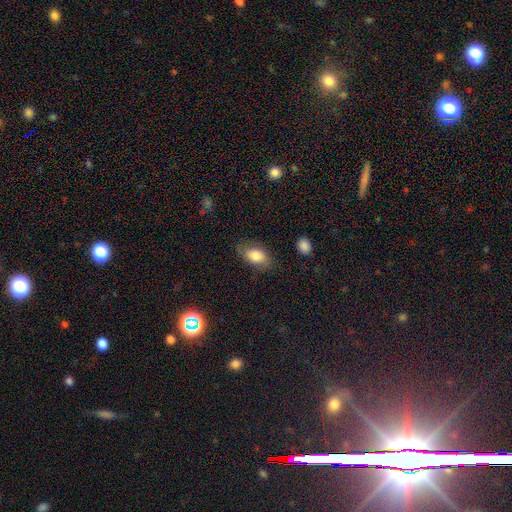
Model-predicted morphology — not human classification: This appears to be a smooth galaxy with no disk features (79%) that is in between round and cigar-shaped (89%). Merging: none (73%).